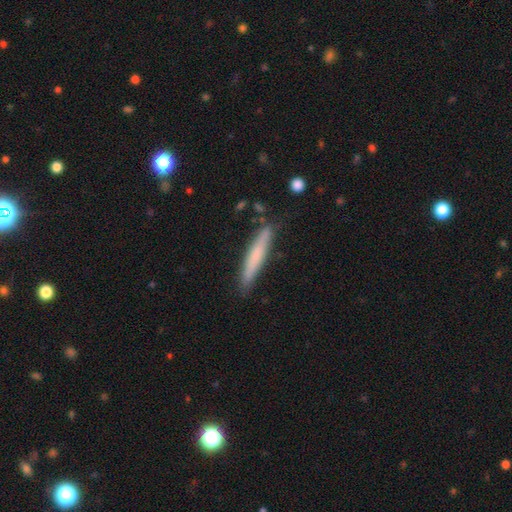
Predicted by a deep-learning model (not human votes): Q: Smooth or featured?
A: smooth (67%); runner-up: featured or disk (27%)
Q: How rounded?
A: cigar-shaped (94%); runner-up: in between (5%)
Q: Merging?
A: none (84%); runner-up: minor disturbance (12%)